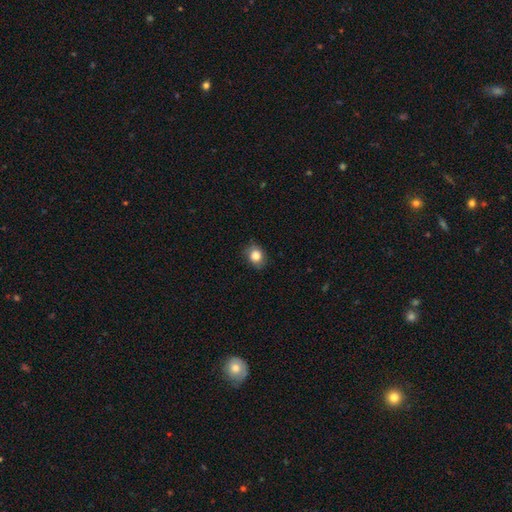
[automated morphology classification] smooth_or_featured: smooth (p=0.84) [alt: star or artifact p=0.10]
how_rounded: round (p=0.59) [alt: in between p=0.40]
merging: none (p=0.80) [alt: minor disturbance p=0.16]